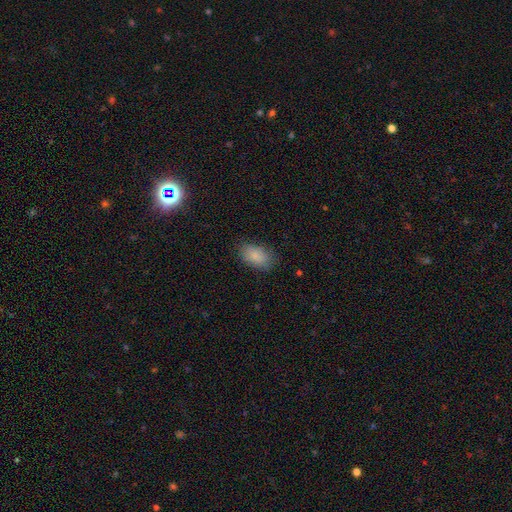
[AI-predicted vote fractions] A smooth galaxy with no disk features (87%) that is in between round and cigar-shaped (91%). Merging: none (80%).